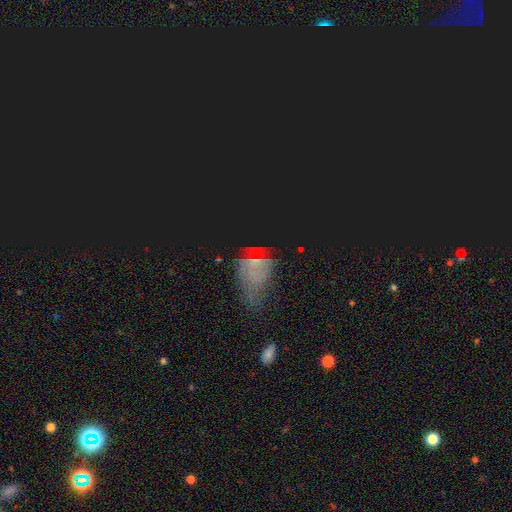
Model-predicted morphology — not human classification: Smooth or featured?
  - star or artifact: 59% *
  - smooth: 21%
  - featured or disk: 19%